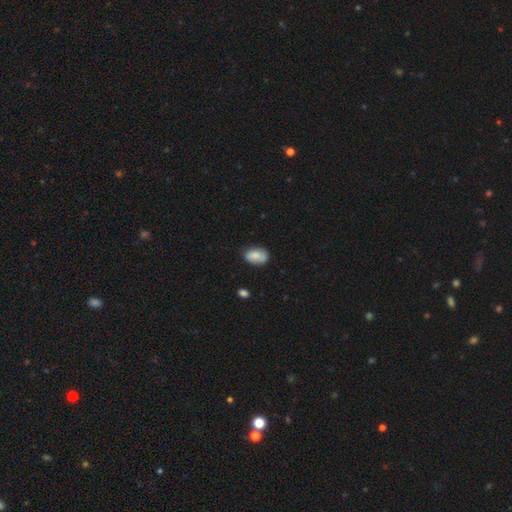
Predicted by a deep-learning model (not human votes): A smooth galaxy with no disk features (80%) that is in between round and cigar-shaped (87%). Merging: none (64%).